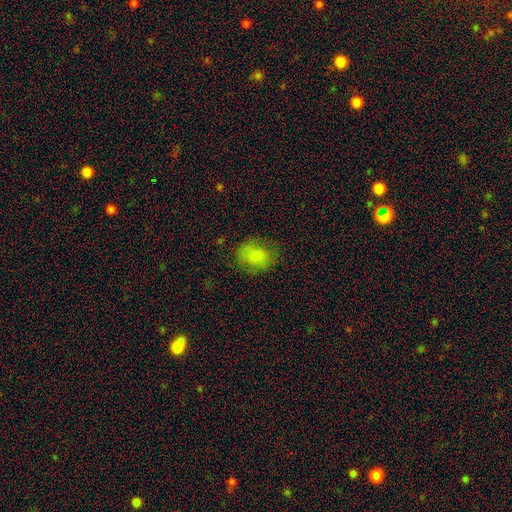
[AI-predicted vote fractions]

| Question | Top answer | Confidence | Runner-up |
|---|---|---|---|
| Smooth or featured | smooth | 76% | featured or disk (15%) |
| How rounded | round | 51% | in between (48%) |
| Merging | none | 70% | minor disturbance (20%) |